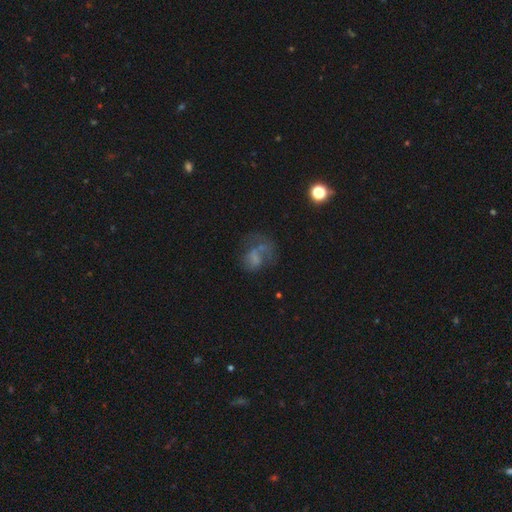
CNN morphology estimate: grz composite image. It shows a featured or disk galaxy (44%). Merging: major disturbance (42%).